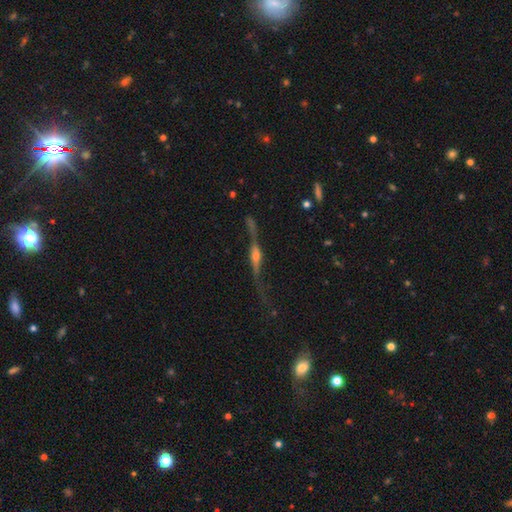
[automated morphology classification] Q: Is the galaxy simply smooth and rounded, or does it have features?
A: featured or disk — 81%.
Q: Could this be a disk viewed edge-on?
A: yes — 84%.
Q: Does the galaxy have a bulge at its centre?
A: rounded — 77%.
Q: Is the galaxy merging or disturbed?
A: none — 59%.